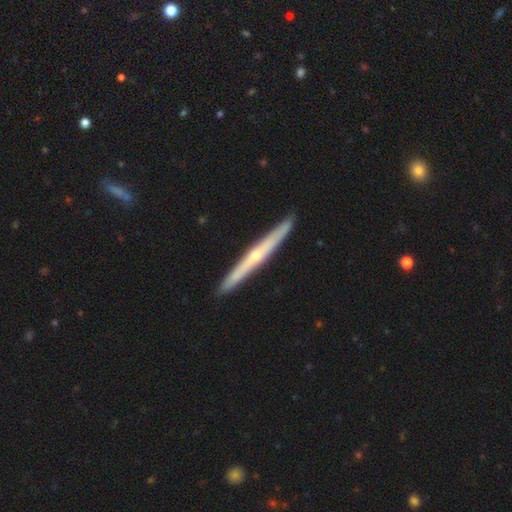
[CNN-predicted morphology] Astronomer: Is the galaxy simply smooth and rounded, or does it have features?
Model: featured or disk — 67%.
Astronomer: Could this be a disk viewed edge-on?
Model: yes — 97%.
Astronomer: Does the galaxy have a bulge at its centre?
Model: rounded — 71%.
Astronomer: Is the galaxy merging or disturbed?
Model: none — 92%.